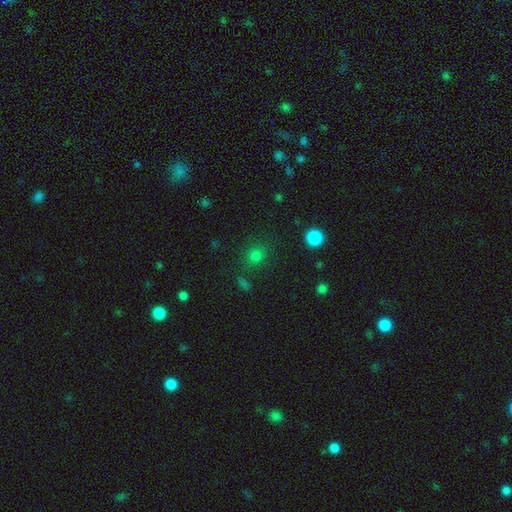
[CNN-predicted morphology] Q: Smooth or featured?
A: smooth (75%); runner-up: star or artifact (20%)
Q: How rounded?
A: round (86%); runner-up: in between (13%)
Q: Merging?
A: none (84%); runner-up: minor disturbance (9%)